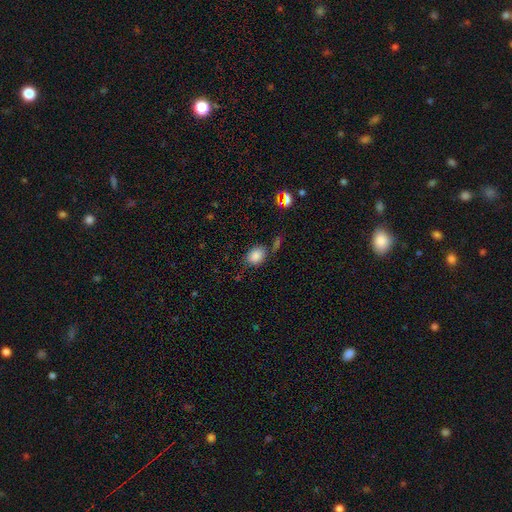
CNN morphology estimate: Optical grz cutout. It shows a smooth galaxy with no disk features (83%) that is in between round and cigar-shaped (63%). Merging: none (66%).